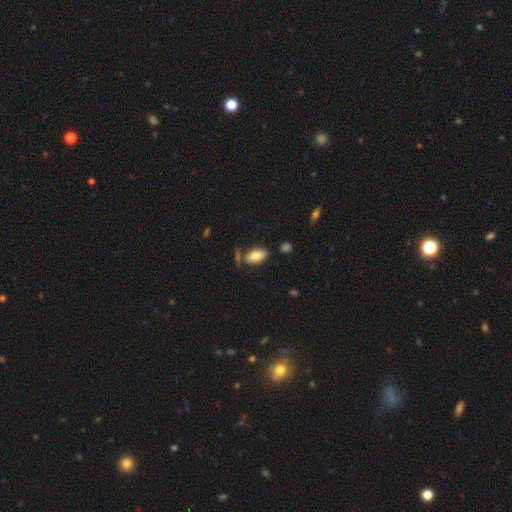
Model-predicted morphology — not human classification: type=smooth (81%); roundness=in between (93%); merging=none (71%).